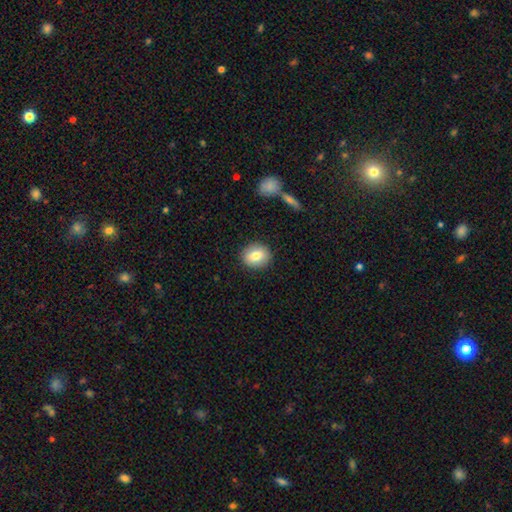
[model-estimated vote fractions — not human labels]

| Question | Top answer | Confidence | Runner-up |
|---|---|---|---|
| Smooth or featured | smooth | 80% | featured or disk (12%) |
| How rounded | round | 72% | in between (27%) |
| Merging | none | 89% | minor disturbance (7%) |